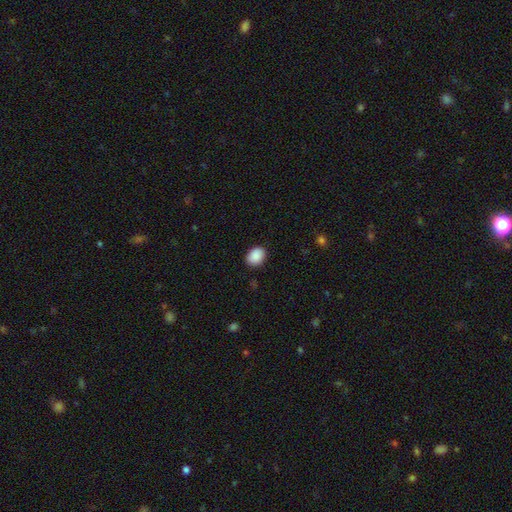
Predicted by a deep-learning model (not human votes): Overall: smooth (89%). How rounded: in between (66%; round 33%). Merging: none (88%).